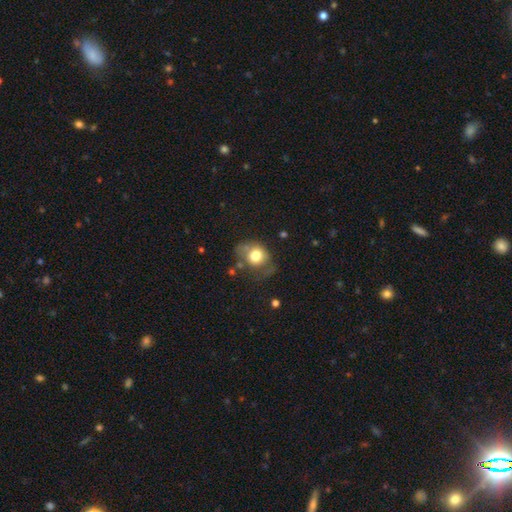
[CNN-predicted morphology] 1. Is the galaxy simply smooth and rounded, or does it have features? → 73% smooth, 18% featured or disk, 10% star or artifact.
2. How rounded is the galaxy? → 62% round, 37% in between, 1% cigar-shaped.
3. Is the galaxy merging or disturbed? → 47% none, 29% minor disturbance, 18% major disturbance, 6% merger.